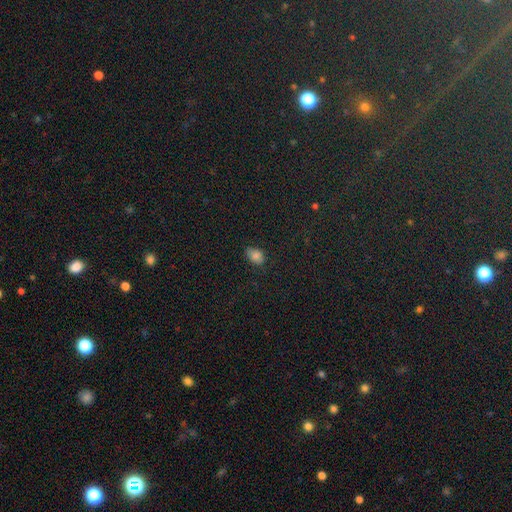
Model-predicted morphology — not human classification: A smooth galaxy with no disk features (81%) that is in between round and cigar-shaped (79%). Merging: none (75%).